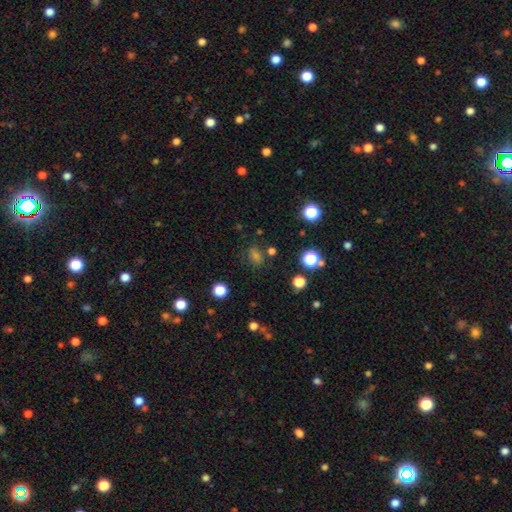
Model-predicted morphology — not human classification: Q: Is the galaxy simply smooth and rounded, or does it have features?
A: smooth — 59%.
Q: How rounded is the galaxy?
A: in between — 53%.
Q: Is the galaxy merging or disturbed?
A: none — 77%.